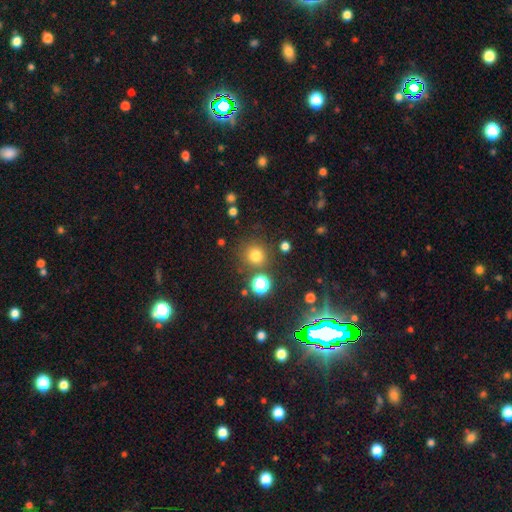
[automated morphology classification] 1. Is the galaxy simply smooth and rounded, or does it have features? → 74% smooth, 20% star or artifact, 6% featured or disk.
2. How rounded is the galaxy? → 93% round, 6% in between, 1% cigar-shaped.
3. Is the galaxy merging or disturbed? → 83% none, 8% minor disturbance, 6% merger, 4% major disturbance.